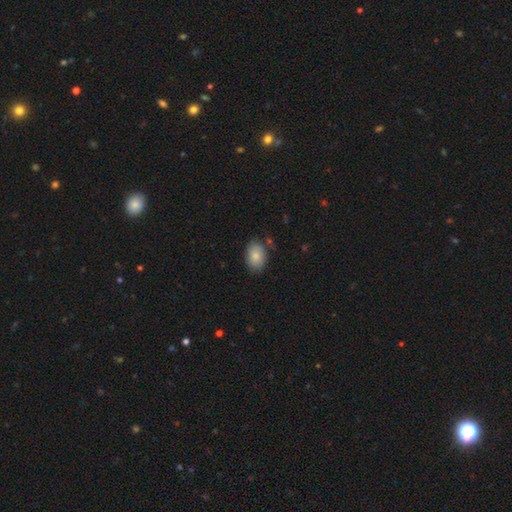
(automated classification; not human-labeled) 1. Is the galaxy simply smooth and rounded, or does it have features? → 85% smooth, 8% featured or disk, 7% star or artifact.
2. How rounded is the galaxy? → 83% in between, 16% round, 1% cigar-shaped.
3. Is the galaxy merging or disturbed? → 79% none, 15% minor disturbance, 3% major disturbance, 3% merger.